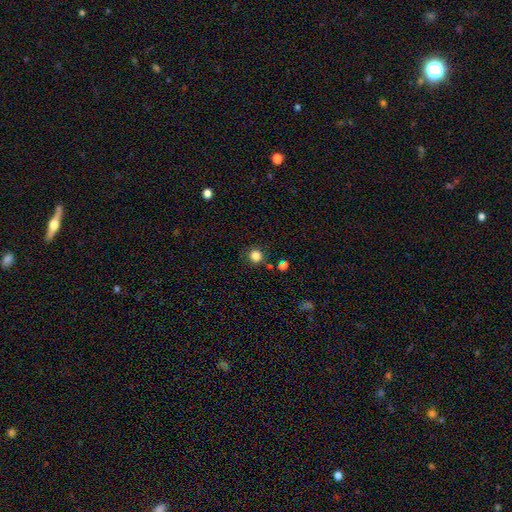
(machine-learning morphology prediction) type=smooth (84%); roundness=round (92%); merging=none (85%).